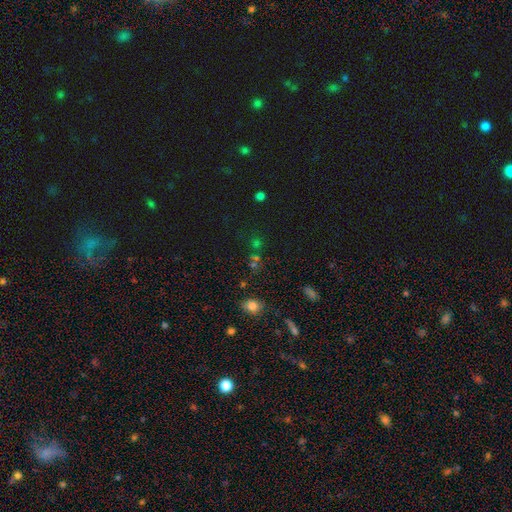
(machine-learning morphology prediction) type=star or artifact (50%).